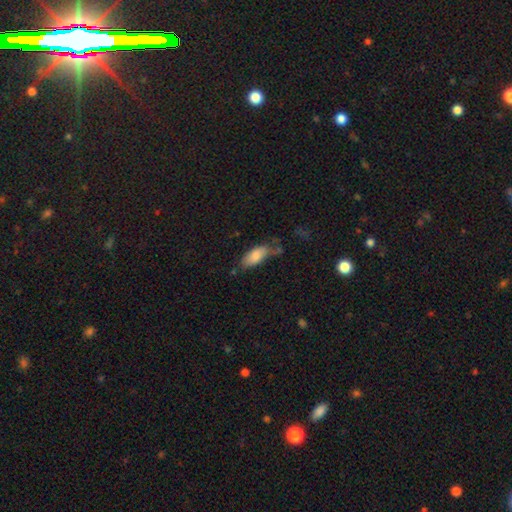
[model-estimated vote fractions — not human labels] A smooth galaxy with no disk features (82%) that is in between round and cigar-shaped (84%). Merging: none (47%).